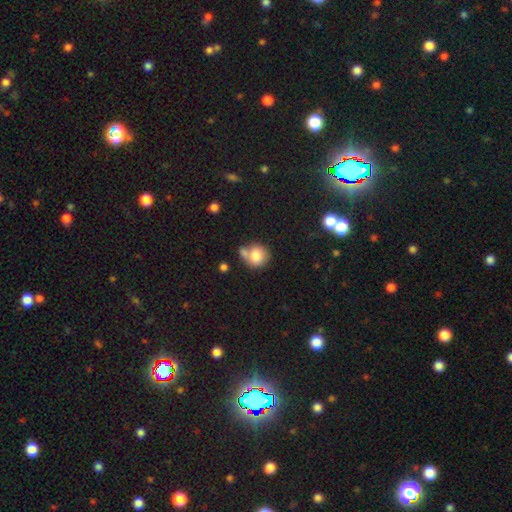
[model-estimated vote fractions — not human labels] smooth_or_featured: smooth (p=0.78) [alt: featured or disk p=0.13]
how_rounded: round (p=0.81) [alt: in between p=0.18]
merging: none (p=0.47) [alt: merger p=0.31]